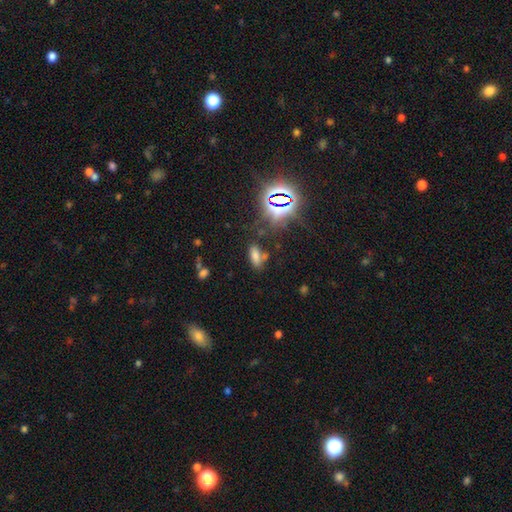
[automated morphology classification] Smooth or featured: smooth — 64% (star or artifact — 27%)
How rounded: in between — 81% (cigar-shaped — 14%)
Merging: none — 66% (minor disturbance — 15%)